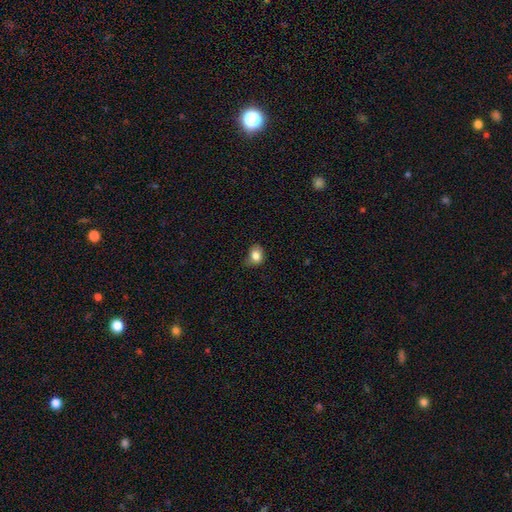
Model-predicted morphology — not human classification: type=smooth (82%); roundness=in between (50%); merging=none (62%).